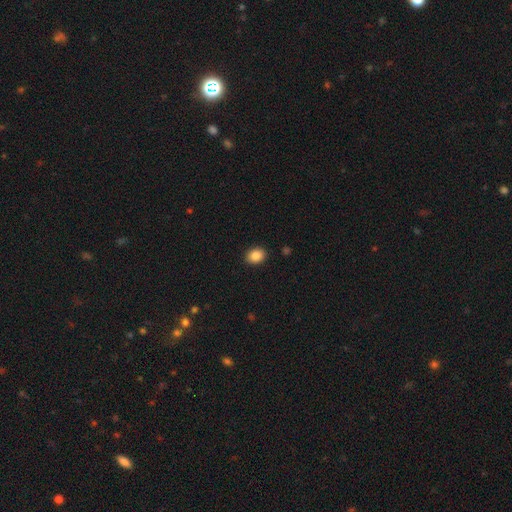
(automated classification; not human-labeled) smooth 87%, star or artifact 9%, featured or disk 4%. Down the decision tree: how rounded — in between (64%); merging — none (90%).